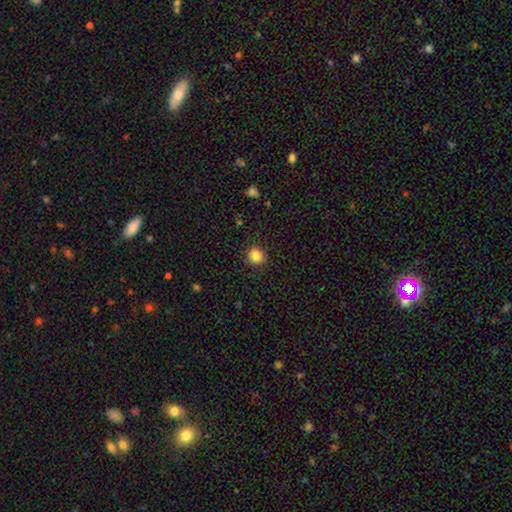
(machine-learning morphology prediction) Smooth or featured?
  - smooth: 84% *
  - star or artifact: 11%
  - featured or disk: 5%
How rounded?
  - round: 92% *
  - in between: 7%
  - cigar-shaped: 1%
Merging?
  - none: 91% *
  - minor disturbance: 6%
  - major disturbance: 2%
  - merger: 1%